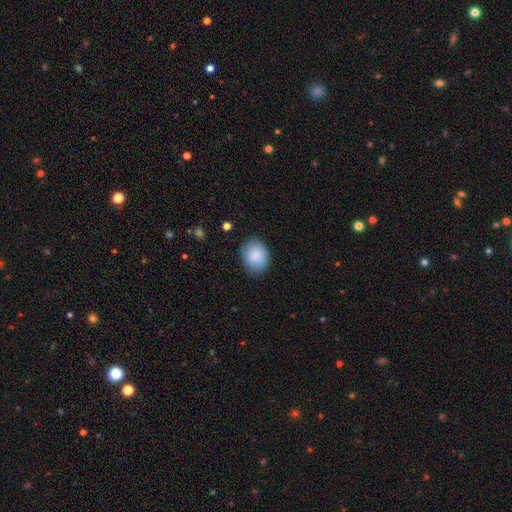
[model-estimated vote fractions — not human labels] A smooth galaxy with no disk features (86%) that is in between round and cigar-shaped (52%). Merging: none (83%).